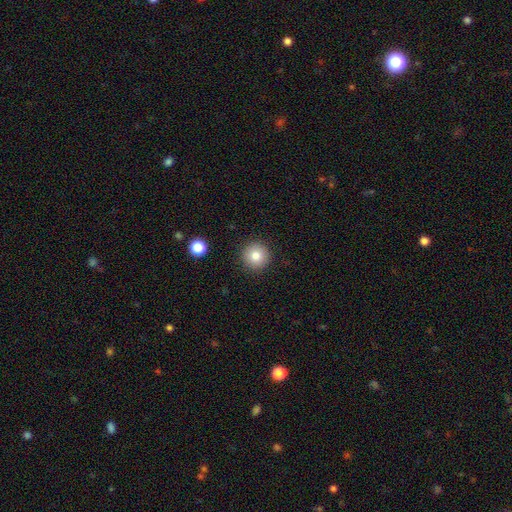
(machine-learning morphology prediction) A smooth galaxy with no disk features (81%) that is round (95%). Merging: none (91%).